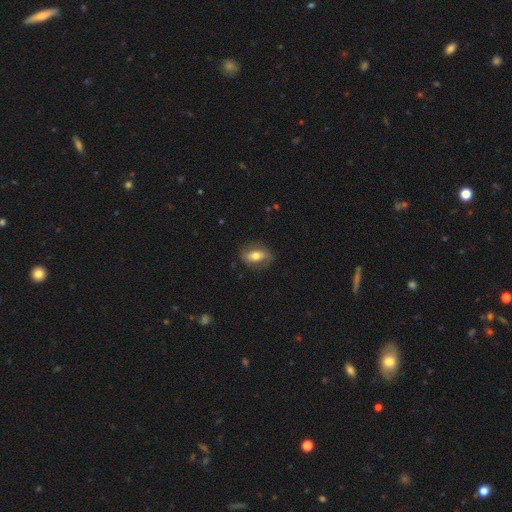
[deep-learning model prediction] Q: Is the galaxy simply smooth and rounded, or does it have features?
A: smooth — 59%.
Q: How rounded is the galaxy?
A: in between — 82%.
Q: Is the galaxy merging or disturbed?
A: none — 74%.